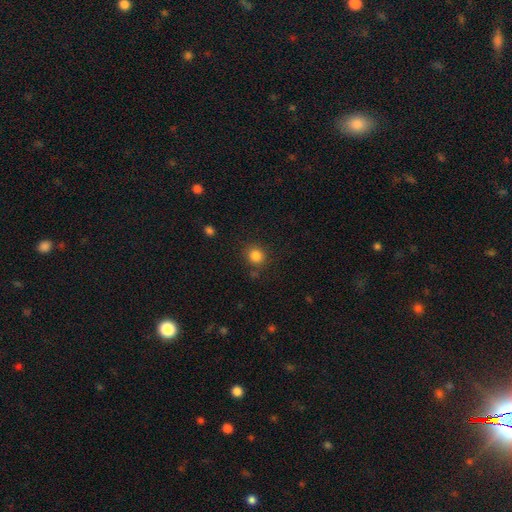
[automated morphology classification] smooth-or-featured: smooth: 84% | star or artifact: 12% | featured or disk: 4%
  how-rounded: round: 86% | in between: 13% | cigar-shaped: 1%
  merging: none: 83% | minor disturbance: 9% | merger: 4% | major disturbance: 3%